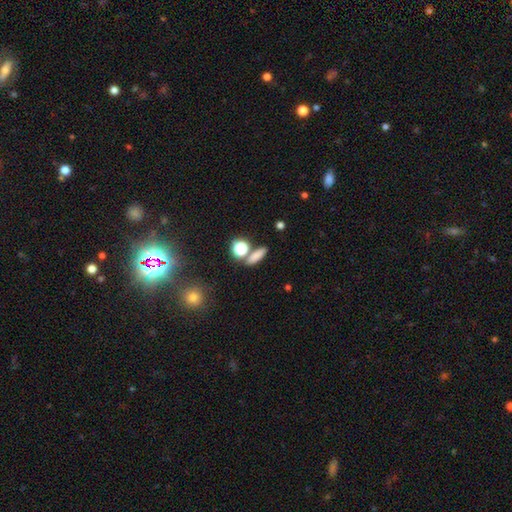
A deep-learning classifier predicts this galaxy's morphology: smooth_or_featured: smooth (p=0.76) [alt: star or artifact p=0.15]
how_rounded: cigar-shaped (p=0.45) [alt: in between p=0.36]
merging: none (p=0.70) [alt: merger p=0.16]